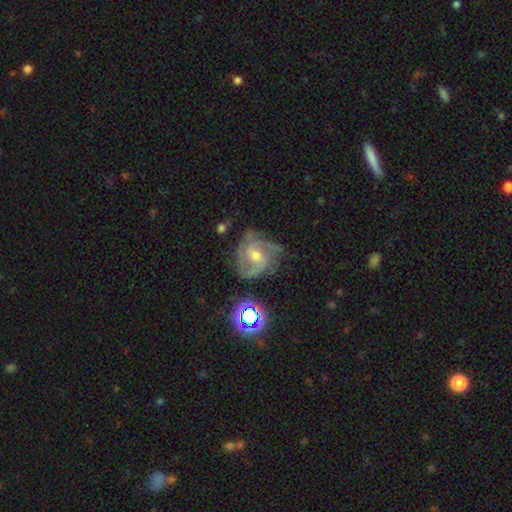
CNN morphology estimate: type=featured or disk (79%); edge-on=no (98%); bar=no (53%); spiral arms=yes (95%); winding=medium (47%); arm count=3 (38%); bulge=moderate (54%); merging=none (59%).